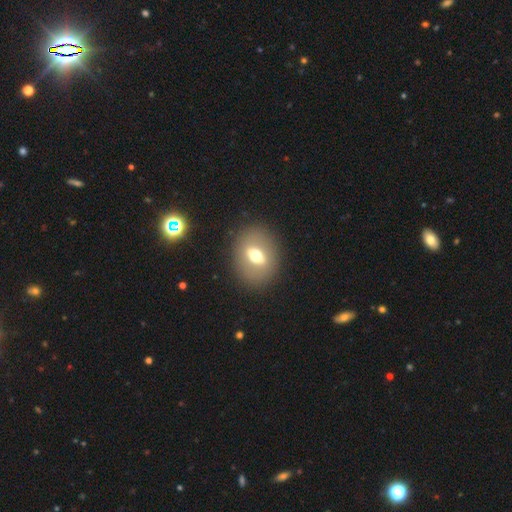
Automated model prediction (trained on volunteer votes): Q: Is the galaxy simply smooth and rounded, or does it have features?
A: smooth — 52%.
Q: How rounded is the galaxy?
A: in between — 52%.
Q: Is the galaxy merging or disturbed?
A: none — 87%.